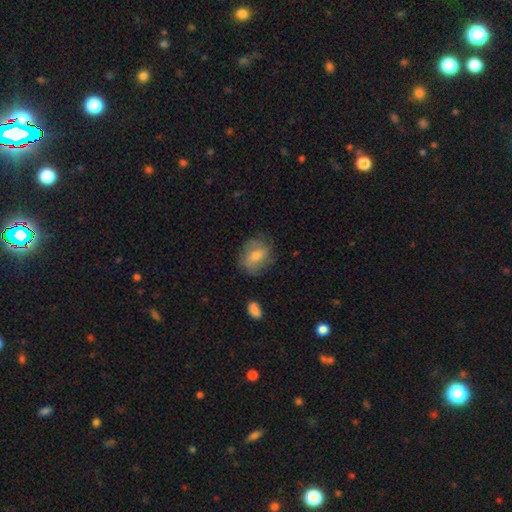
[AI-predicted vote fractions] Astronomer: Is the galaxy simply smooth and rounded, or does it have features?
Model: smooth — 61%.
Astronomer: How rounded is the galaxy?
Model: in between — 50% (runner-up: round, 48%).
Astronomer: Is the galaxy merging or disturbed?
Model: none — 73%.